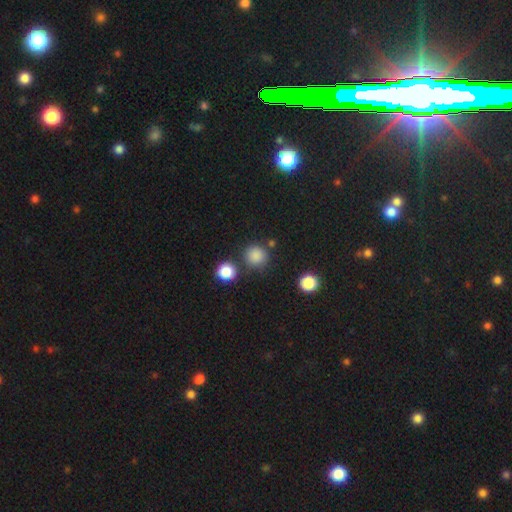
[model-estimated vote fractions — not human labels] Smooth or featured: smooth — 84% (star or artifact — 12%)
How rounded: round — 92% (in between — 8%)
Merging: none — 79% (minor disturbance — 11%)